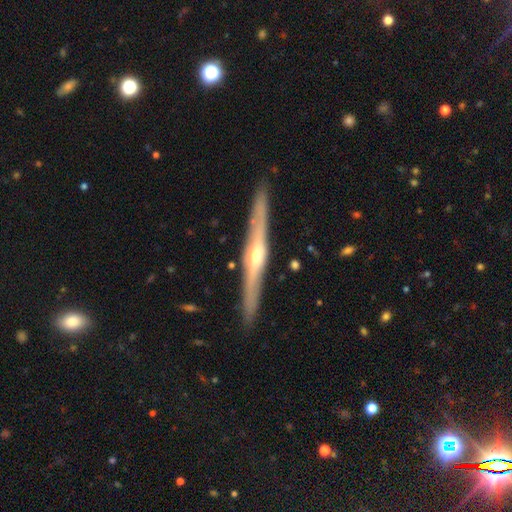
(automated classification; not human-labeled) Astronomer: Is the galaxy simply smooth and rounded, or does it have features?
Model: featured or disk — 75%.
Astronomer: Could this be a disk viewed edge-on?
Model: yes — 96%.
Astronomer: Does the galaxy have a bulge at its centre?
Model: rounded — 84%.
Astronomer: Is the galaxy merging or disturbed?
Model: none — 88%.